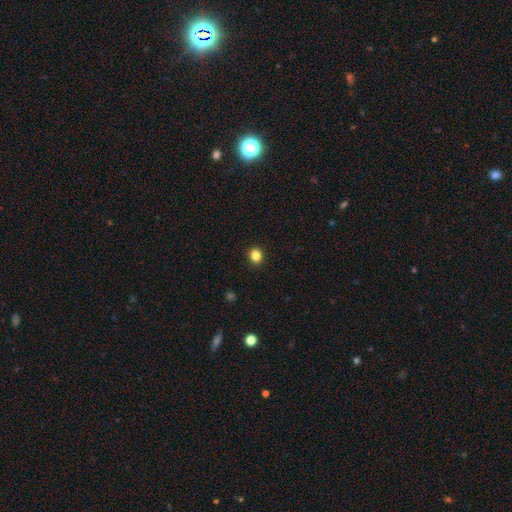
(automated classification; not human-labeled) Smooth or featured? Predicted: smooth (p=0.84). How rounded? Predicted: round (p=0.83). Merging? Predicted: none (p=0.93).